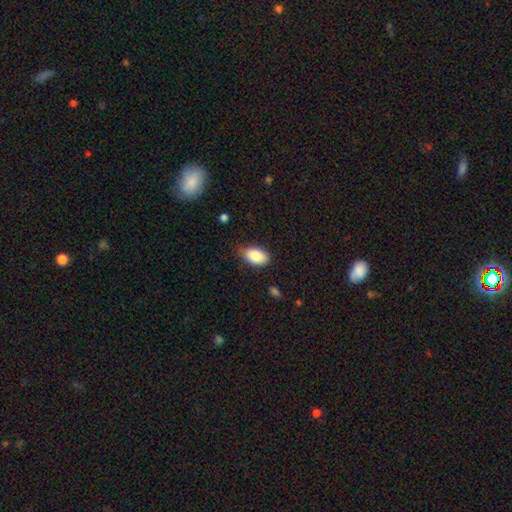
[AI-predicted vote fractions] Smooth or featured?
  - smooth: 86% *
  - star or artifact: 7%
  - featured or disk: 7%
How rounded?
  - in between: 93% *
  - round: 5%
  - cigar-shaped: 2%
Merging?
  - none: 73% *
  - minor disturbance: 22%
  - major disturbance: 3%
  - merger: 1%